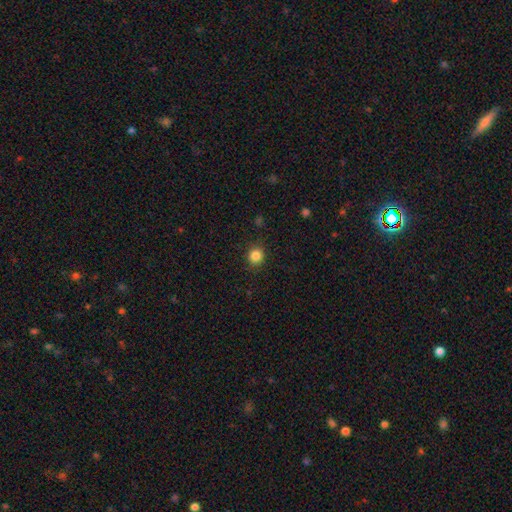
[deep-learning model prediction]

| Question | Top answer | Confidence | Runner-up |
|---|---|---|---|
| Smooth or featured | smooth | 85% | star or artifact (11%) |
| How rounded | round | 85% | in between (14%) |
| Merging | none | 88% | minor disturbance (8%) |